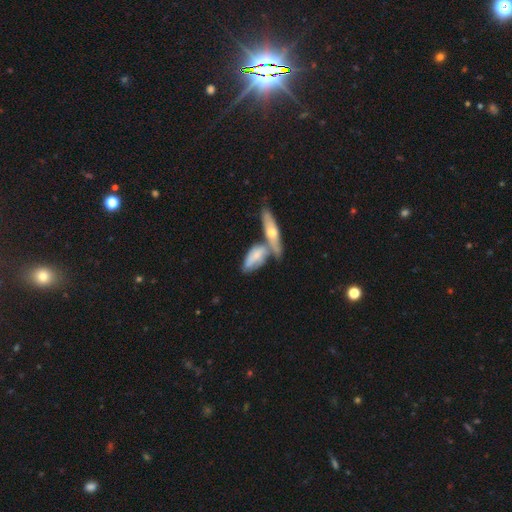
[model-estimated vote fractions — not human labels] Overall: smooth (49%; featured or disk 45%). Merging: merger (51%; none 29%).